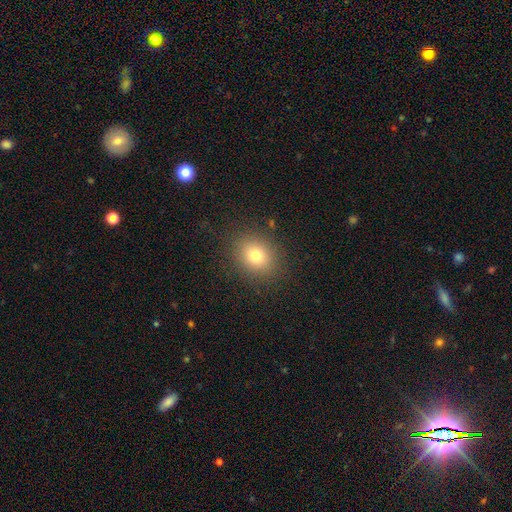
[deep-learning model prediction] Smooth or featured: smooth — 77% (star or artifact — 13%)
How rounded: round — 59% (in between — 41%)
Merging: none — 87% (minor disturbance — 9%)